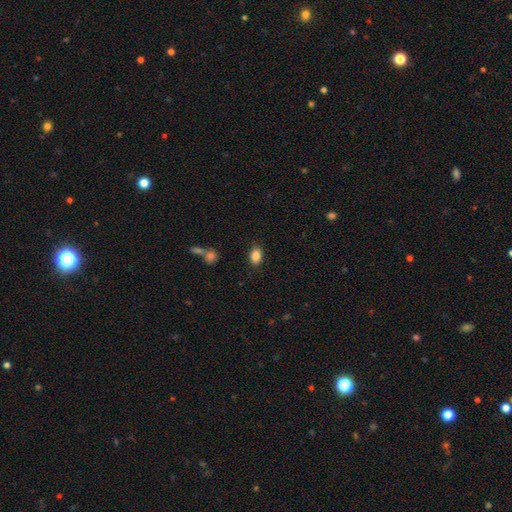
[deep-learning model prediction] Morphology: type=smooth (86%); roundness=in between (84%); merging=none (85%).